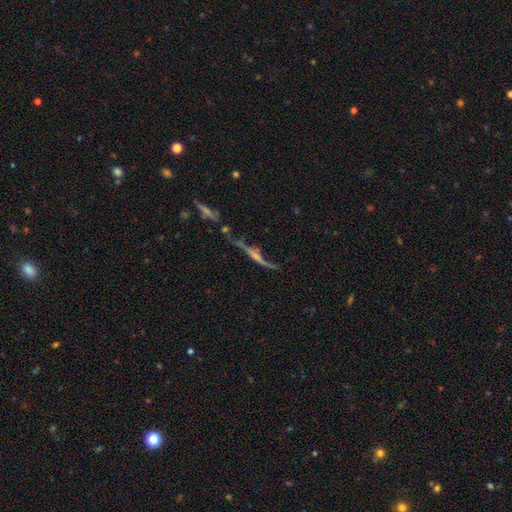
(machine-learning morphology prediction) type=featured or disk (68%); edge-on=yes (73%); edge-on bulge=rounded (52%); merging=none (40%).